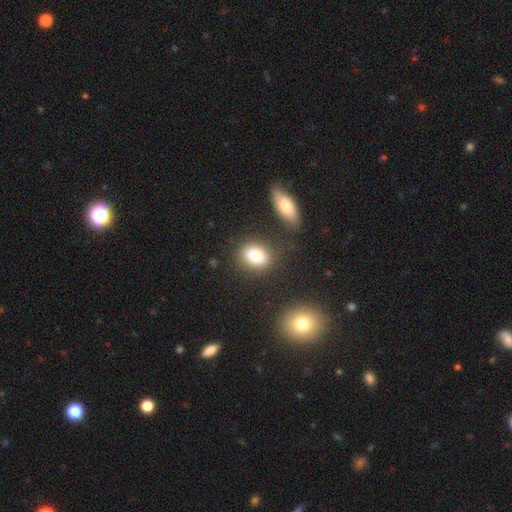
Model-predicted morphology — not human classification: This appears to be a smooth galaxy with no disk features (83%) that is in between round and cigar-shaped (64%). Merging: none (80%).